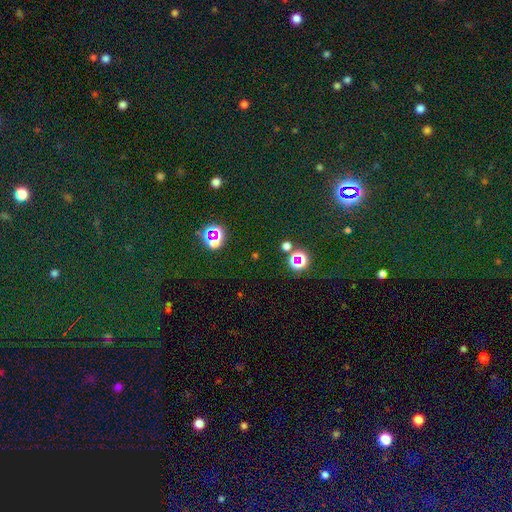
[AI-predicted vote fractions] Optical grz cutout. It shows a star or artifact, not a galaxy (72%).